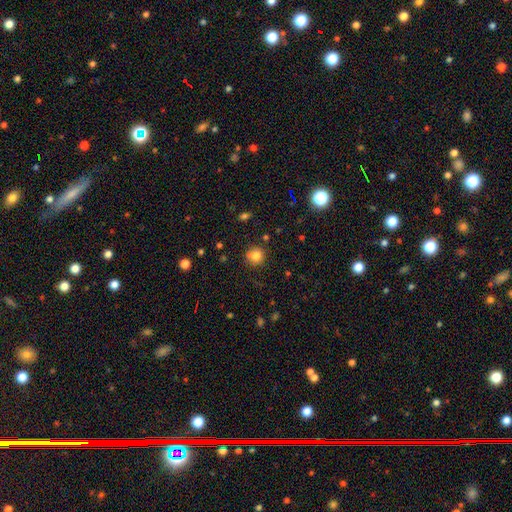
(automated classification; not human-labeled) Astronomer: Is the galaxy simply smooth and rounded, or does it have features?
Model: smooth — 80%.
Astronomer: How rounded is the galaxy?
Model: round — 89%.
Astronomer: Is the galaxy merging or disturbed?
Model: none — 75%.